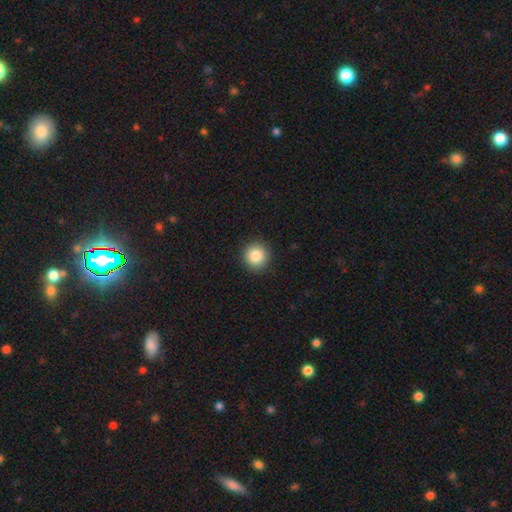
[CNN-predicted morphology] type=smooth (85%); roundness=round (94%); merging=none (92%).